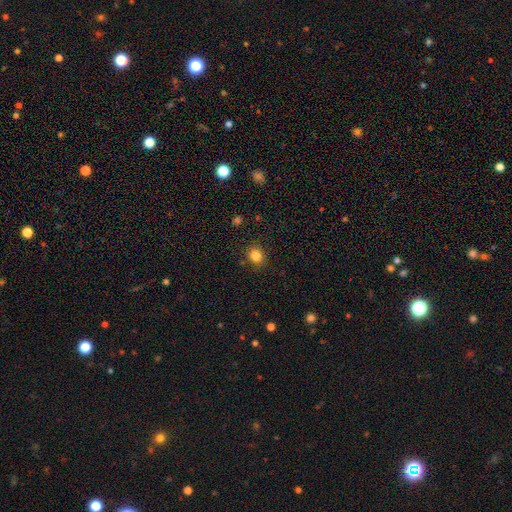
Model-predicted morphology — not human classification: The model was most divided on "how rounded": round: 73%, in between: 26%, cigar-shaped: 1%. More confident: merging — none (85%); smooth or featured — smooth (84%).